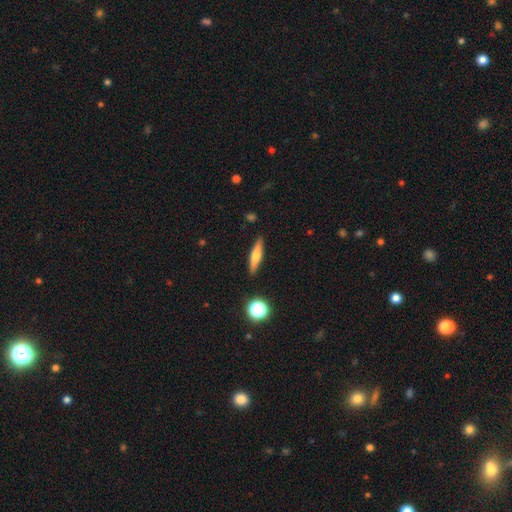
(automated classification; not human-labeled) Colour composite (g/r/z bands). It shows a smooth galaxy with no disk features (53%) that is cigar-shaped (80%). Merging: none (89%).